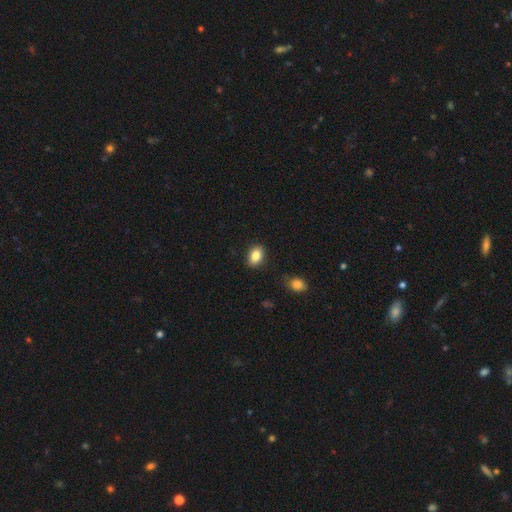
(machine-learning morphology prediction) type=smooth (85%); roundness=in between (82%); merging=none (87%).